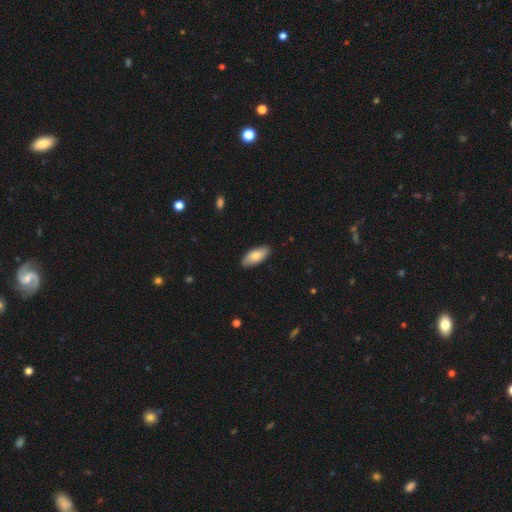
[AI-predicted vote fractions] smooth 79%, featured or disk 15%, star or artifact 6%. Down the decision tree: how rounded — in between (86%); merging — none (88%).